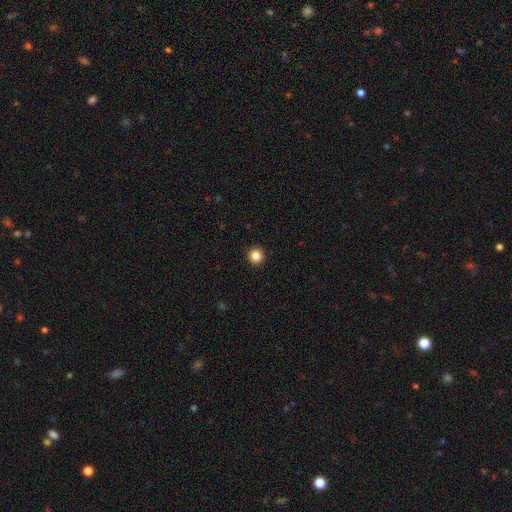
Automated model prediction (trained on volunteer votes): This is clearly a smooth galaxy (86%). How rounded: clearly round (95%). Merging: clearly none (93%).